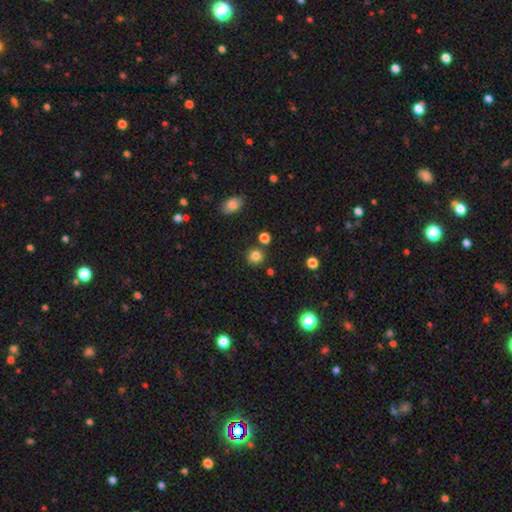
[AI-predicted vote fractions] Smooth or featured? Predicted: smooth (p=0.83). How rounded? Predicted: round (p=0.89). Merging? Predicted: none (p=0.85).